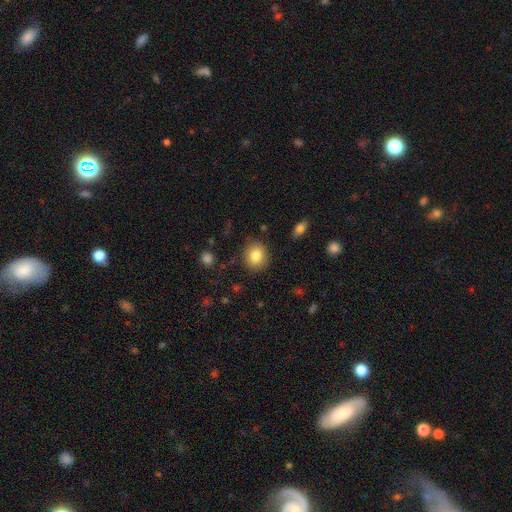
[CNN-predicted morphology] smooth 83%, star or artifact 9%, featured or disk 8%. Down the decision tree: how rounded — round (77%); merging — none (88%).